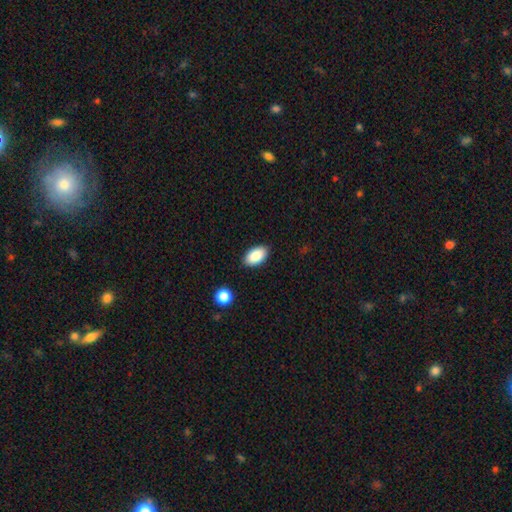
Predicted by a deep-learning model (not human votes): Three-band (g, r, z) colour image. It shows a smooth galaxy with no disk features (87%) that is in between round and cigar-shaped (94%). Merging: none (87%).